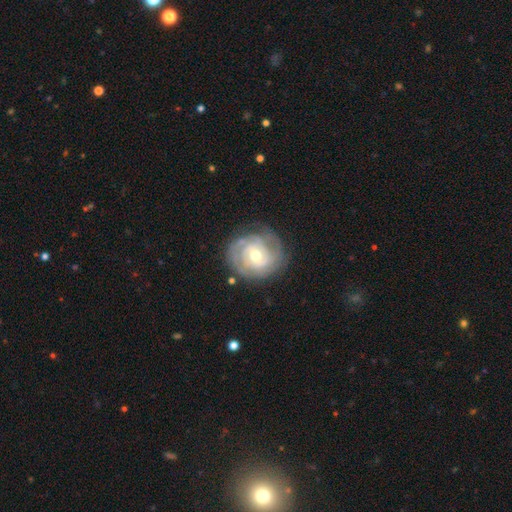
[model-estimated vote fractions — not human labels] A featured or disk galaxy (83%) with no bar (65%), can't tell (29%, tied with 2) tight (74%) spiral arms (93%) and a moderate central bulge (63%).

Vote fractions:
- Smooth or featured? featured or disk: 83% / smooth: 12% / star or artifact: 5%
- Edge-on disk? no: 98% / yes: 2%
- Bar? no: 65% / weak: 28% / strong: 7%
- Spiral arms? yes: 93% / no: 7%
- Spiral winding? tight: 74% / medium: 21% / loose: 5%
- Spiral arm count? can't tell: 29% (tied) / 2: 29% (tied) / 3: 25% / 4: 8% / 1: 5% / more than 4: 5%
- Bulge size? moderate: 63% / small: 32% / large: 4% / none: 1% / dominant: 1%
- Merging? none: 76% / minor disturbance: 16% / major disturbance: 6% / merger: 1%